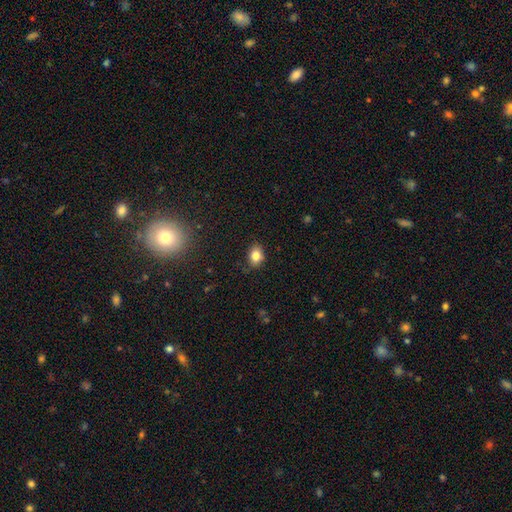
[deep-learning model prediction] The model was most divided on "how rounded": in between: 65%, round: 34%, cigar-shaped: 1%. More confident: smooth or featured — smooth (82%); merging — none (79%).